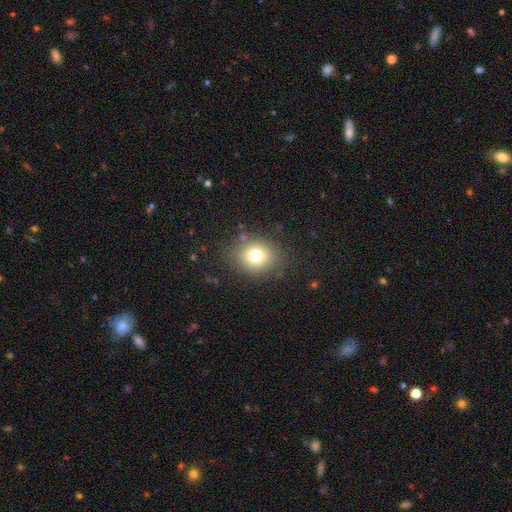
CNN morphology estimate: Overall: smooth (75%). How rounded: round (68%; in between 31%). Merging: none (83%).